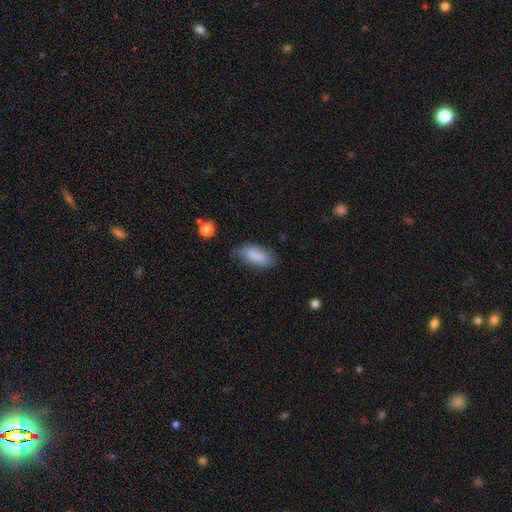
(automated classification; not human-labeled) smooth-or-featured: smooth: 83% | featured or disk: 9% | star or artifact: 7%
  how-rounded: in between: 81% | cigar-shaped: 16% | round: 2%
  merging: none: 66% | minor disturbance: 25% | major disturbance: 6% | merger: 2%